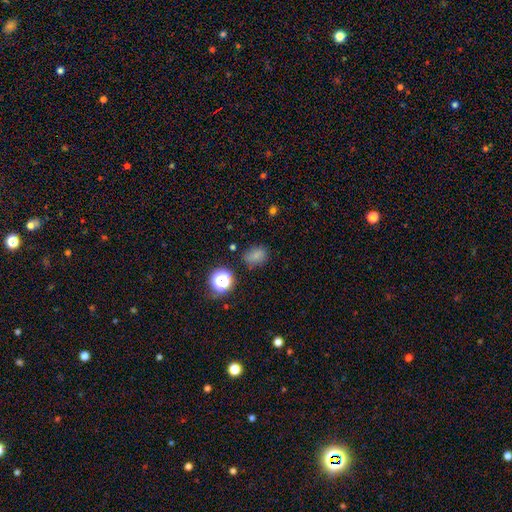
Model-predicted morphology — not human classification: Overall: smooth (74%). How rounded: in between (52%; round 47%). Merging: none (76%).